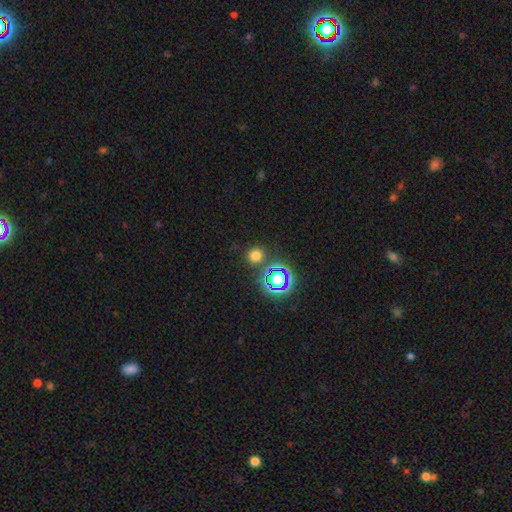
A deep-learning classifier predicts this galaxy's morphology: A smooth galaxy with no disk features (70%) that is round (90%). Merging: none (83%).